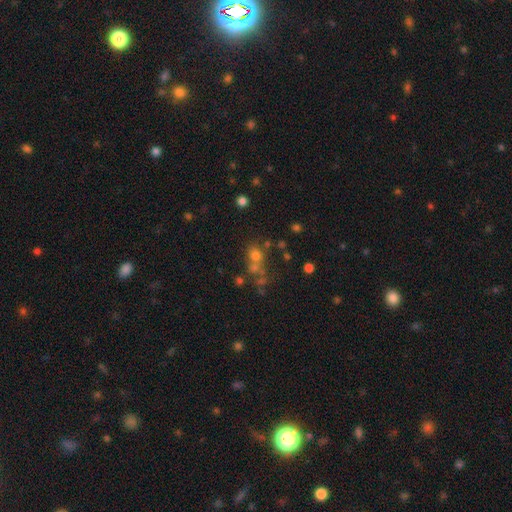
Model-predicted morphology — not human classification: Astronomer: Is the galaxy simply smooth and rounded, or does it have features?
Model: smooth — 63%.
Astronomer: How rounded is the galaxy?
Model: round — 74%.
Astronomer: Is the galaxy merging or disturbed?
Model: none — 48% (runner-up: merger, 35%).